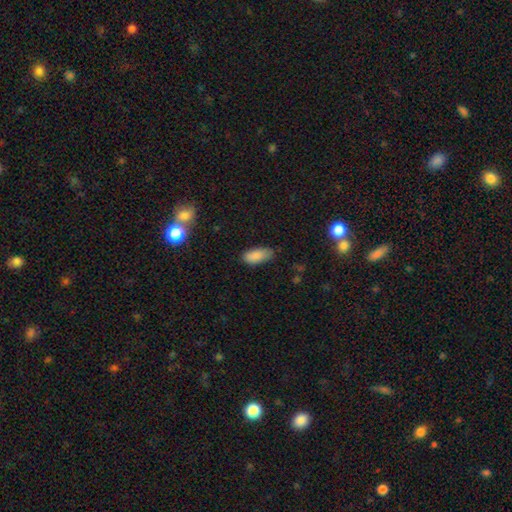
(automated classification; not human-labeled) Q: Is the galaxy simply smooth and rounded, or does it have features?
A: smooth — 87%.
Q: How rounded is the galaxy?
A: in between — 89%.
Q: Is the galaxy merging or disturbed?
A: none — 68%.